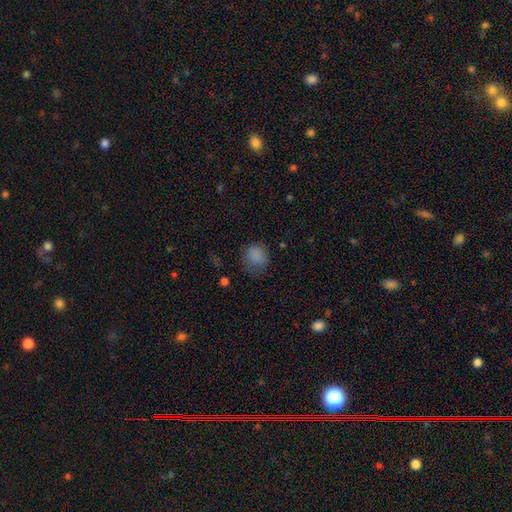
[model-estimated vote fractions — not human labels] This is clearly a smooth galaxy (83%). How rounded: likely round (79%). Merging: likely none (67%).